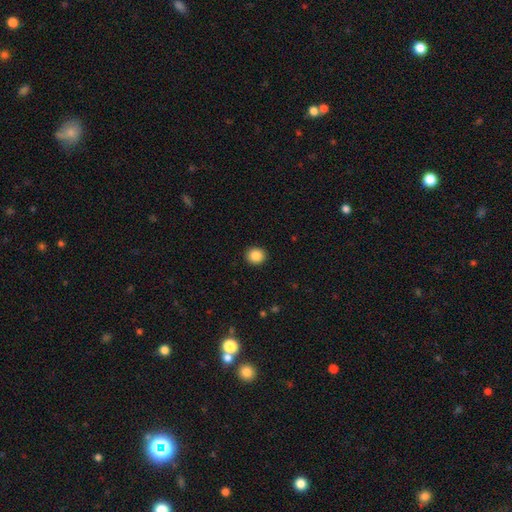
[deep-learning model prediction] Smooth or featured? Predicted: smooth (p=0.86). How rounded? Predicted: round (p=0.85). Merging? Predicted: none (p=0.92).